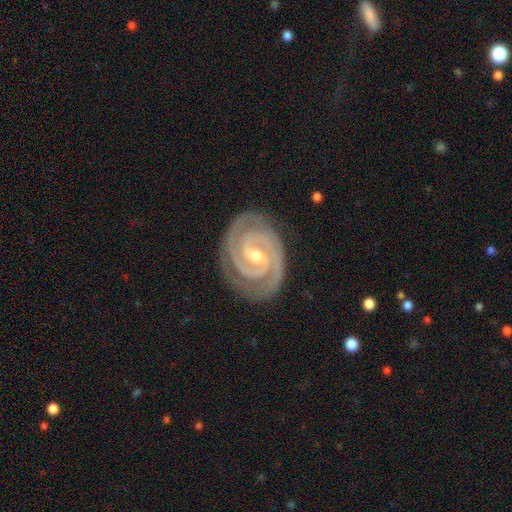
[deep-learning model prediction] Smooth or featured? Predicted: featured or disk (p=0.93). Edge-on disk? Predicted: no (p=0.98). Bar? Predicted: weak (p=0.44). Spiral arms? Predicted: yes (p=0.99). Spiral winding? Predicted: tight (p=0.81). Spiral arm count? Predicted: 2 (p=0.87). Bulge size? Predicted: small (p=0.49). Merging? Predicted: none (p=0.84).